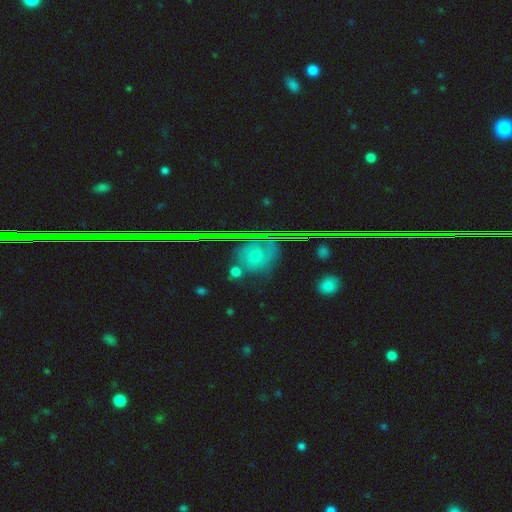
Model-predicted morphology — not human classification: A smooth galaxy with no disk features (40%). Merging: none (69%).